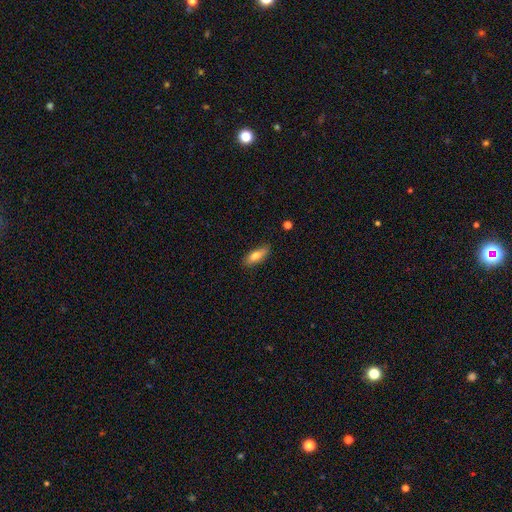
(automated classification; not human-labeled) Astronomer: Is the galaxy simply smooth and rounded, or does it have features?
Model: smooth — 73%.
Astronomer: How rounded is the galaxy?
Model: in between — 61%.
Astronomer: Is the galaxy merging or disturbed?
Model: none — 81%.